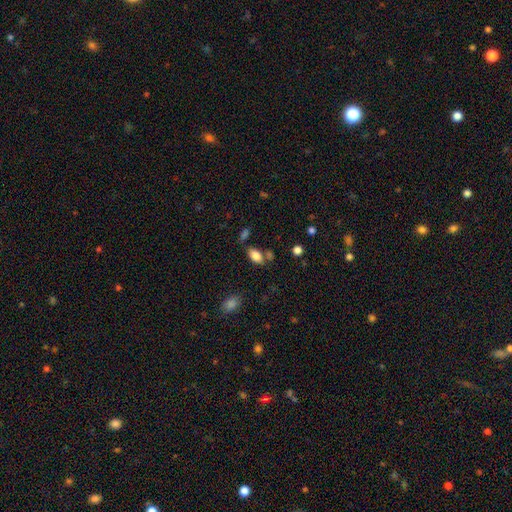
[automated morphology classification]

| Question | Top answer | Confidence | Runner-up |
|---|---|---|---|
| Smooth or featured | smooth | 83% | star or artifact (9%) |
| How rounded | in between | 92% | round (5%) |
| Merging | none | 66% | minor disturbance (16%) |